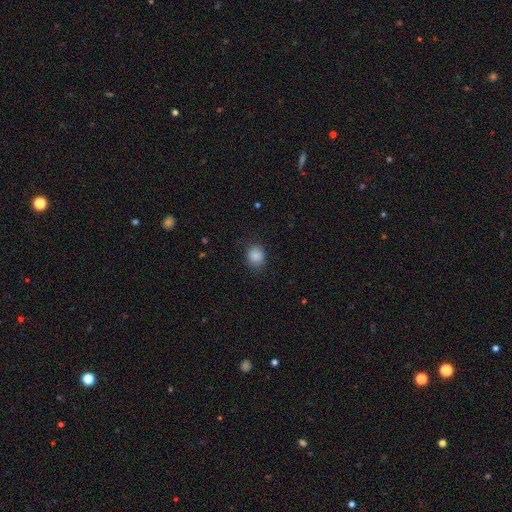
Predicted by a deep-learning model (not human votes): Smooth or featured? smooth (87%)
How rounded? round (70%)
Merging? none (79%)